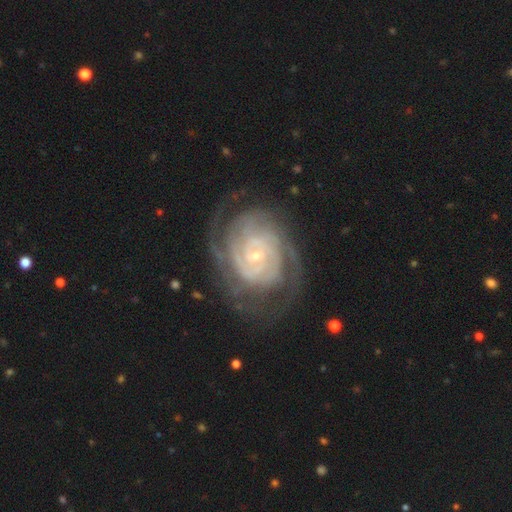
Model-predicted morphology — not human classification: type=featured or disk (90%); edge-on=no (97%); bar=no (54%); spiral arms=yes (98%); winding=tight (77%); arm count=2 (30%); bulge=small (78%); merging=none (73%).